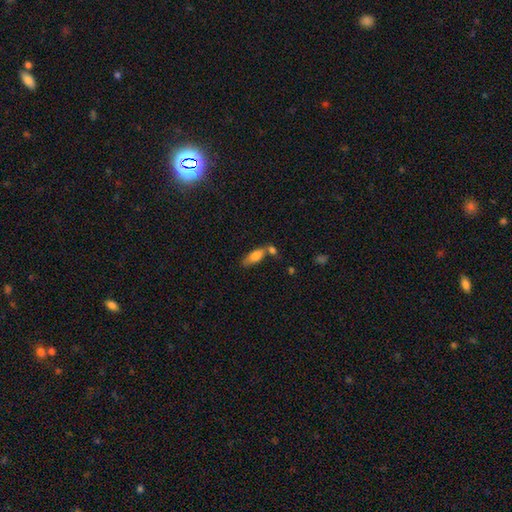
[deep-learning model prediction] The model was most divided on "merging": none: 47%, merger: 32%, minor disturbance: 15%, major disturbance: 6%. More confident: smooth or featured — smooth (75%); how rounded — in between (69%).